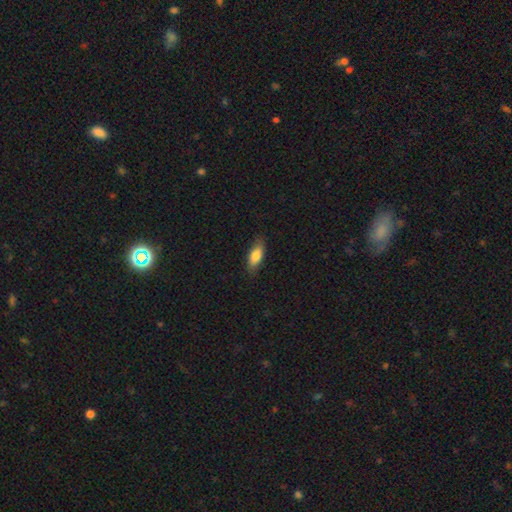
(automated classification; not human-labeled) This appears to be a smooth galaxy with no disk features (80%) that is in between round and cigar-shaped (77%). Merging: none (81%).